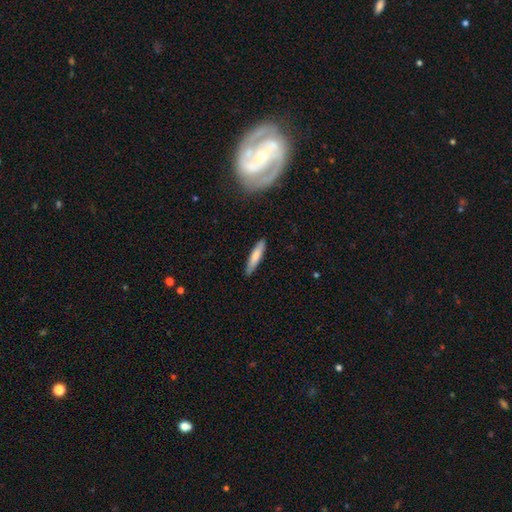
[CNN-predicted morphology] A smooth galaxy with no disk features (77%) that is cigar-shaped (84%). Merging: none (87%).